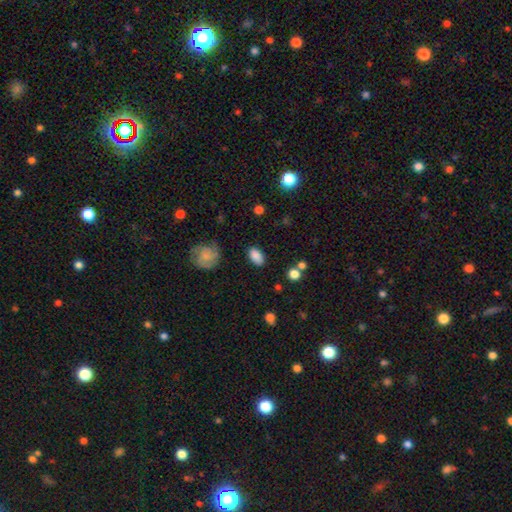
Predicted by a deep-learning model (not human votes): Smooth or featured? smooth (85%)
How rounded? in between (91%)
Merging? none (82%)